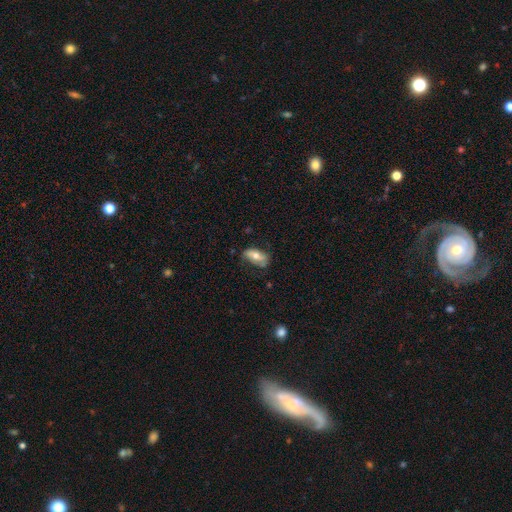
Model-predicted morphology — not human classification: Smooth or featured: smooth — 60% (featured or disk — 33%)
How rounded: in between — 87% (cigar-shaped — 10%)
Merging: none — 61% (minor disturbance — 28%)